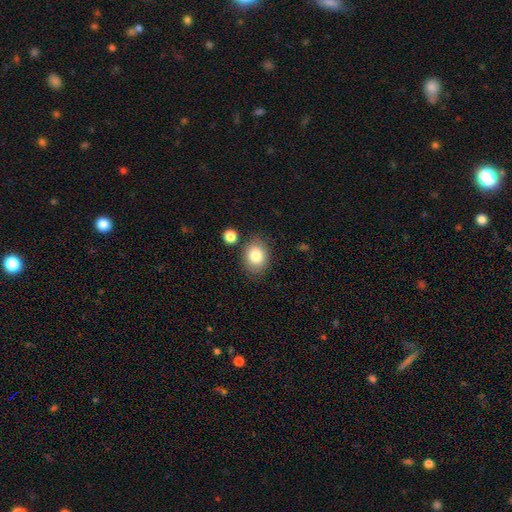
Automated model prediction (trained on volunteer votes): This appears to be a smooth galaxy with no disk features (81%) that is in between round and cigar-shaped (50%). Merging: none (80%).